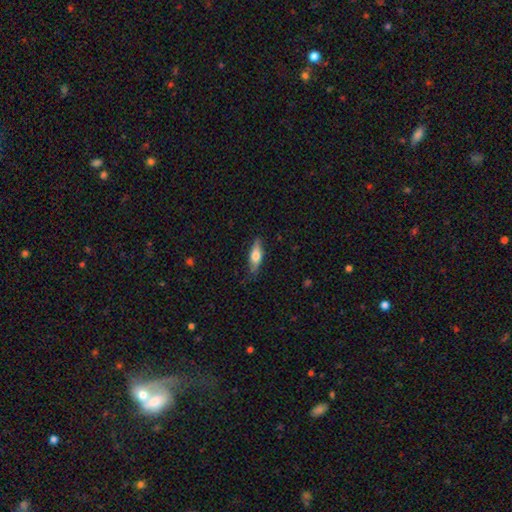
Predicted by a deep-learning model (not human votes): Morphology: type=smooth (63%); roundness=in between (52%); merging=none (74%).